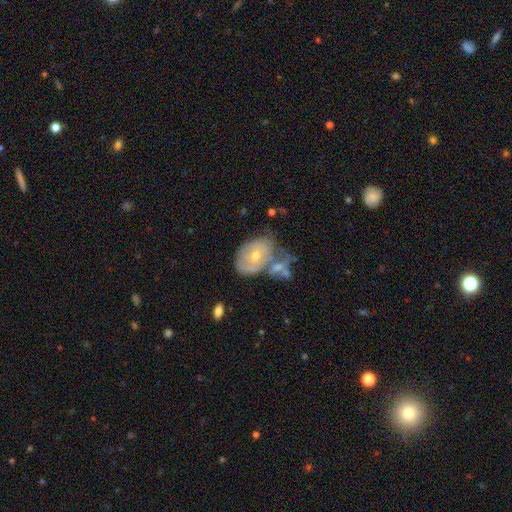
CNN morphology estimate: smooth_or_featured: featured or disk (p=0.52) [alt: smooth p=0.39]
disk_edge_on: no (p=0.94) [alt: yes p=0.06]
merging: none (p=0.35) [alt: merger p=0.34]